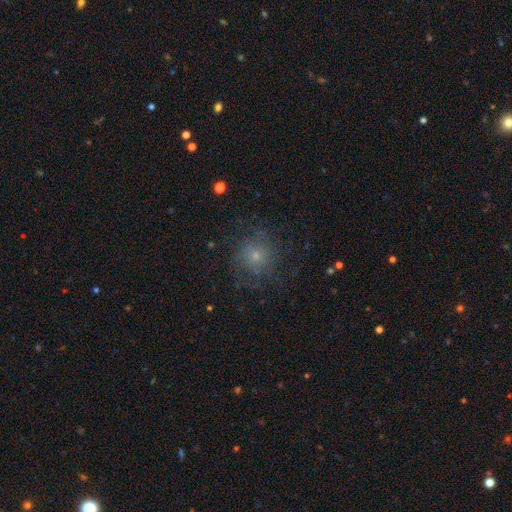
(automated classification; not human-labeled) Smooth or featured?
  - smooth: 48% *
  - featured or disk: 35%
  - star or artifact: 17%
Merging?
  - none: 67% *
  - minor disturbance: 16%
  - major disturbance: 15%
  - merger: 1%